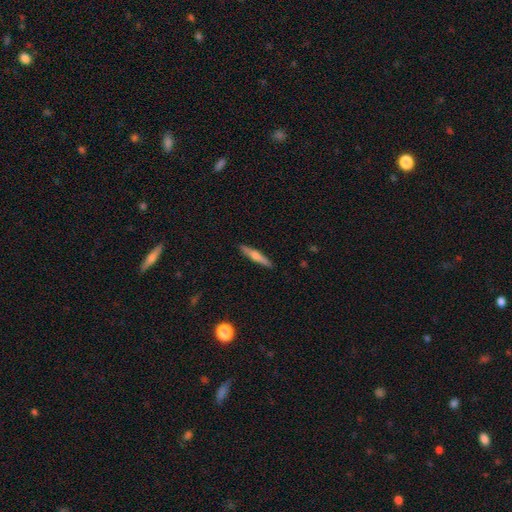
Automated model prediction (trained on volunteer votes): Smooth or featured? featured or disk (55%)
Edge-on disk? yes (96%)
Edge-on bulge? rounded (88%)
Merging? none (91%)